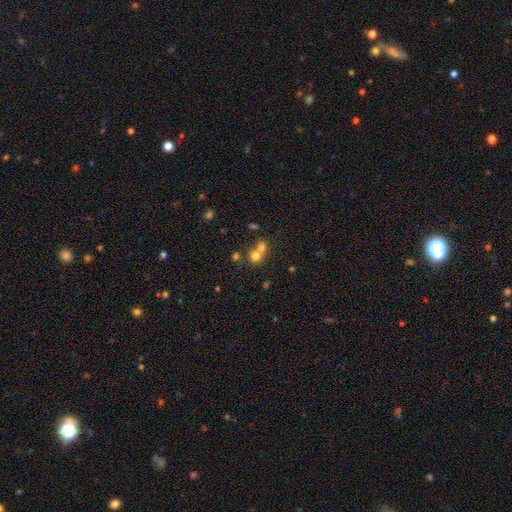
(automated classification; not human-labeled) Overall: smooth (70%). How rounded: round (81%). Merging: merger (59%; none 33%).